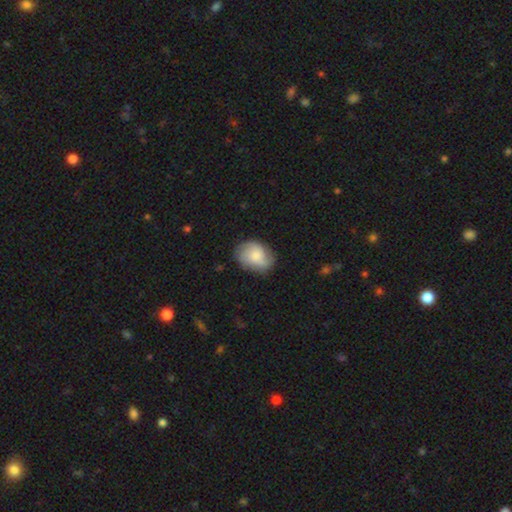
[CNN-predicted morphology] type=smooth (56%); roundness=in between (67%); merging=none (73%).